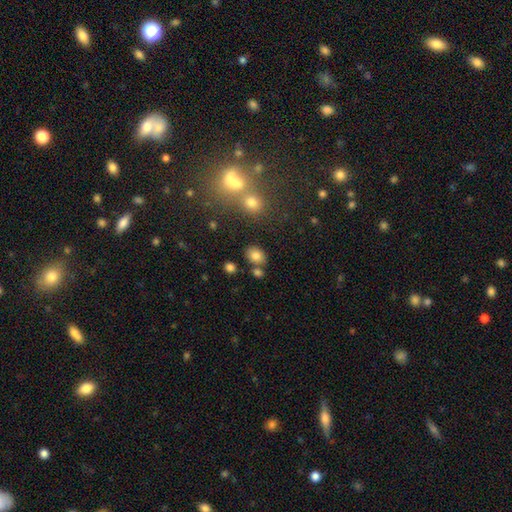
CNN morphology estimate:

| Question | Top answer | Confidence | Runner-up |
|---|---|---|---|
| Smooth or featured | smooth | 80% | star or artifact (12%) |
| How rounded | in between | 61% | round (38%) |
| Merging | none | 73% | merger (12%) |